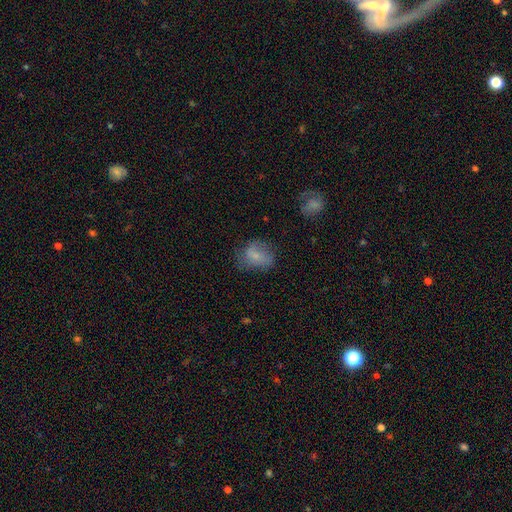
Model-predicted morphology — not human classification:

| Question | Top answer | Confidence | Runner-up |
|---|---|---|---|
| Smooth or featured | smooth | 64% | featured or disk (26%) |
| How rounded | in between | 65% | round (33%) |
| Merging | none | 52% | minor disturbance (28%) |